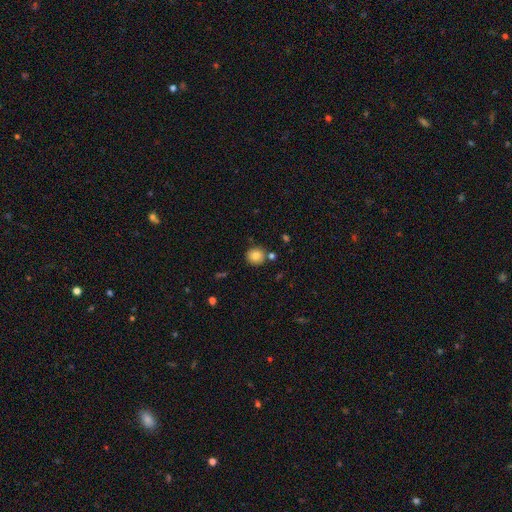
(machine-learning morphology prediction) A smooth galaxy with no disk features (83%) that is round (91%). Merging: none (83%).